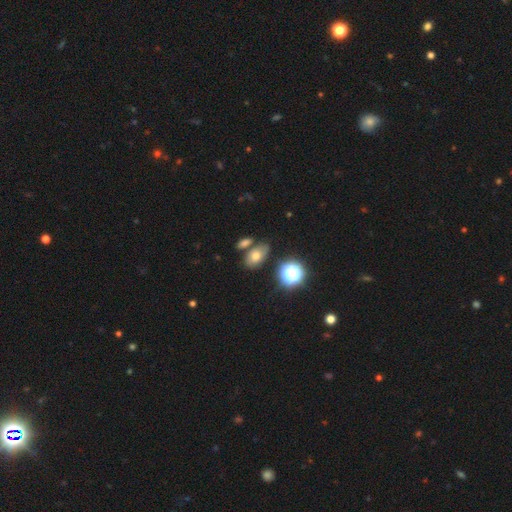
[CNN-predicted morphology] A smooth galaxy with no disk features (68%) that is in between round and cigar-shaped (82%). Merging: none (68%).